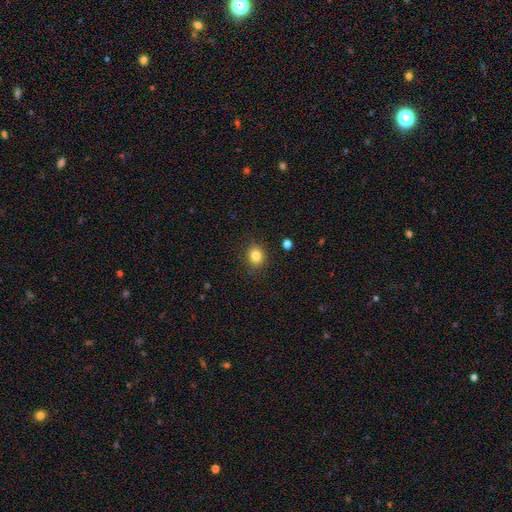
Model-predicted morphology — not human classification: Smooth or featured?
  - smooth: 83% *
  - star or artifact: 11%
  - featured or disk: 6%
How rounded?
  - round: 66% *
  - in between: 33%
  - cigar-shaped: 1%
Merging?
  - none: 88% *
  - minor disturbance: 8%
  - major disturbance: 2%
  - merger: 1%